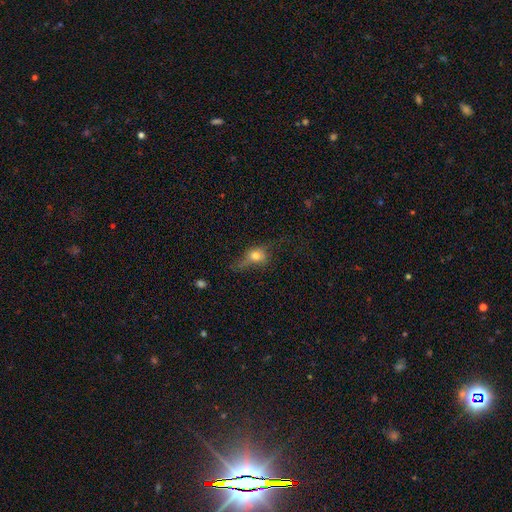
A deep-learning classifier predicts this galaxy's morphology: smooth-or-featured: smooth: 65% | featured or disk: 22% | star or artifact: 13%
  how-rounded: in between: 51% | round: 43% | cigar-shaped: 7%
  merging: none: 36% | major disturbance: 34% | minor disturbance: 26% | merger: 3%